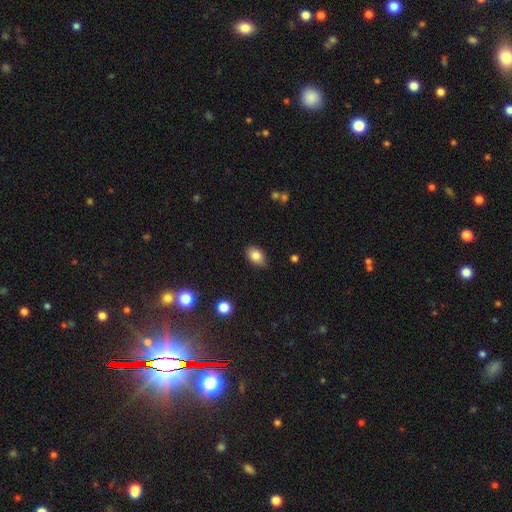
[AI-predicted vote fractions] smooth-or-featured: smooth: 83% | star or artifact: 9% | featured or disk: 8%
  how-rounded: in between: 83% | round: 15% | cigar-shaped: 1%
  merging: none: 83% | minor disturbance: 13% | major disturbance: 2% | merger: 1%